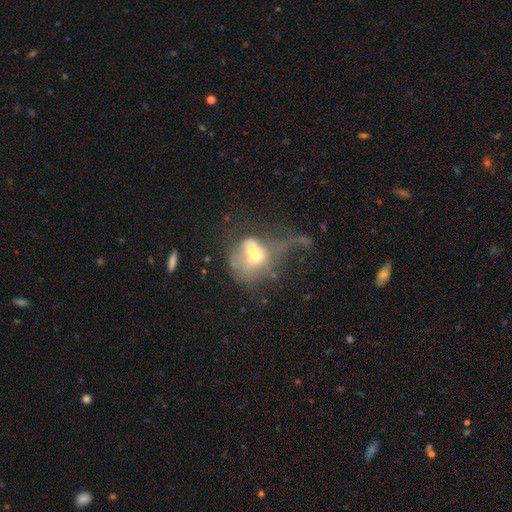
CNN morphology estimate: This appears to be a featured or disk galaxy (44%). Merging: merger (41%).